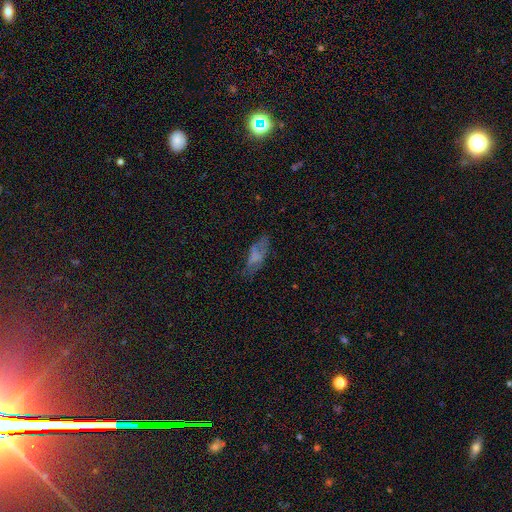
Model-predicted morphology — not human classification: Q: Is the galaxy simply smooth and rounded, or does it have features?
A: smooth — 57%.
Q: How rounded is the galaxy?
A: in between — 73%.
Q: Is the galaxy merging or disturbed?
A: none — 54%.